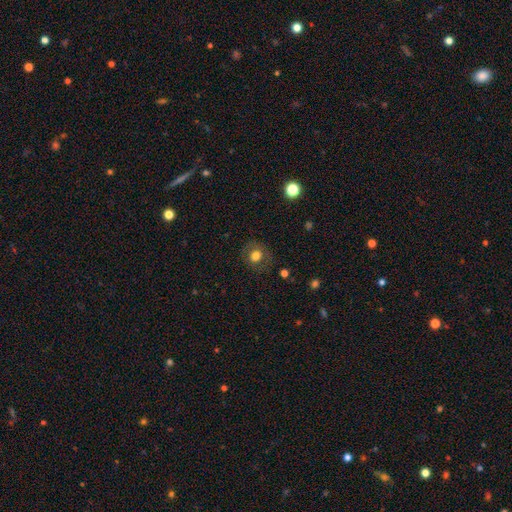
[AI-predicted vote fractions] This appears to be a smooth galaxy with no disk features (71%) that is round (76%). Merging: none (80%).